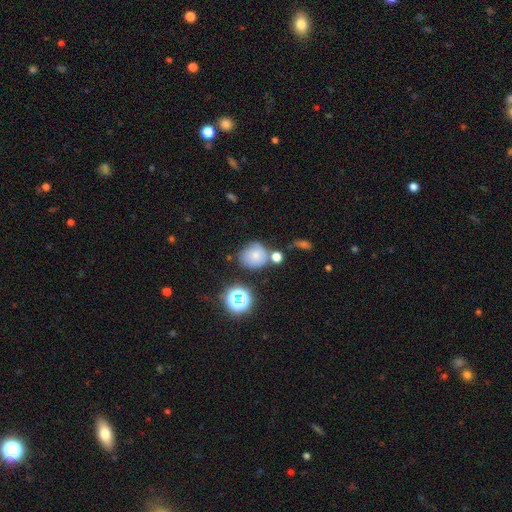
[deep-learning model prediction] Overall: smooth (71%). How rounded: round (79%). Merging: none (60%).